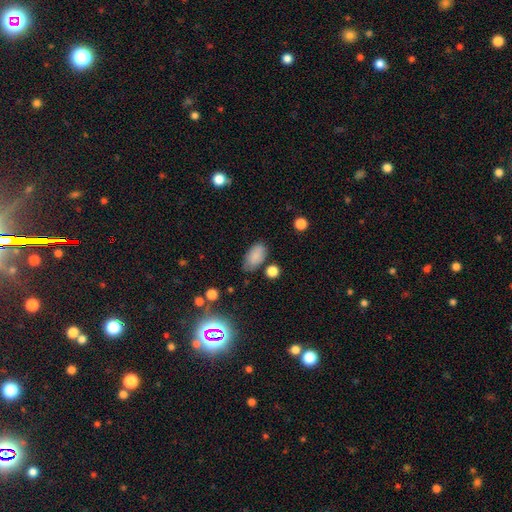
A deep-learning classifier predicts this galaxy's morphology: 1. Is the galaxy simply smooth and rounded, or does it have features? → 83% smooth, 9% star or artifact, 7% featured or disk.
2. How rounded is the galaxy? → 93% in between, 4% round, 3% cigar-shaped.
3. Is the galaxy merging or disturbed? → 70% none, 20% minor disturbance, 5% major disturbance, 5% merger.